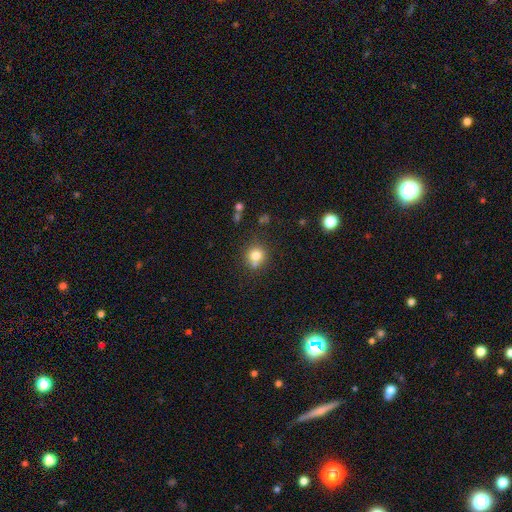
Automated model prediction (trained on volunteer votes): Smooth or featured? smooth (78%)
How rounded? round (88%)
Merging? none (66%)